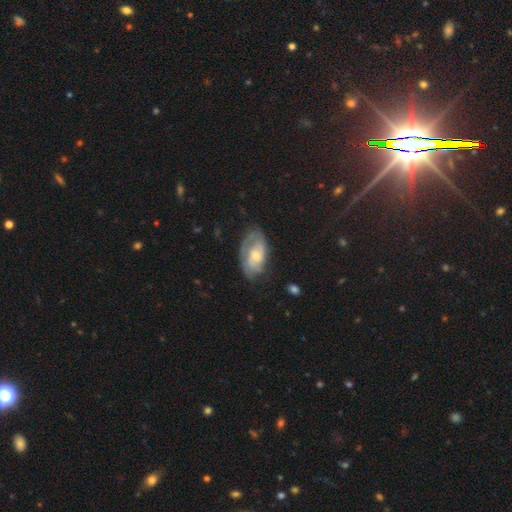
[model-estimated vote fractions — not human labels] Overall: featured or disk (60%; smooth 34%). Edge-on disk: no (94%). Bar: no (71%). Spiral arms: yes (74%). Bulge size: moderate (50%; small 40%). Merging: none (56%; minor disturbance 28%).